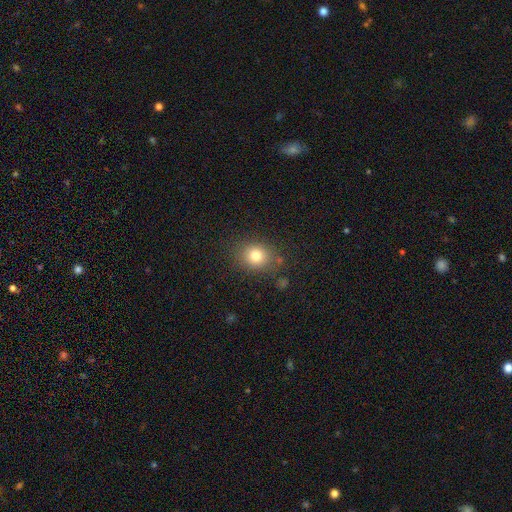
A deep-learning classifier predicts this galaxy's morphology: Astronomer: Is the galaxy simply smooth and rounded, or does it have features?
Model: smooth — 79%.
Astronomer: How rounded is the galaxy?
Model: round — 68%.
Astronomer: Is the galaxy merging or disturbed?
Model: none — 81%.